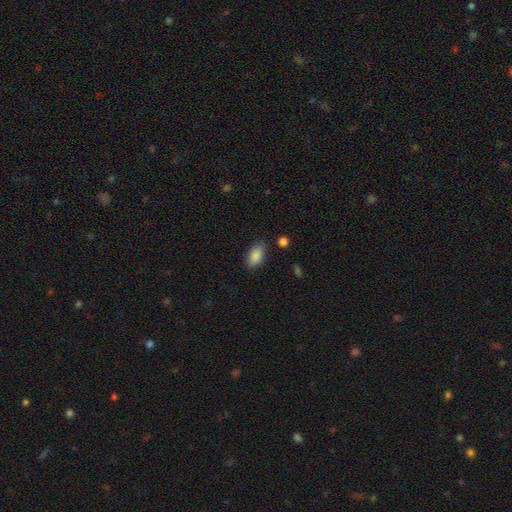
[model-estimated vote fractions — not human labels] A smooth galaxy with no disk features (87%) that is in between round and cigar-shaped (92%).

Vote fractions:
- Smooth or featured? smooth: 87% / star or artifact: 7% / featured or disk: 5%
- How rounded? in between: 92% / round: 5% / cigar-shaped: 3%
- Merging? none: 81% / minor disturbance: 13% / major disturbance: 3% / merger: 2%